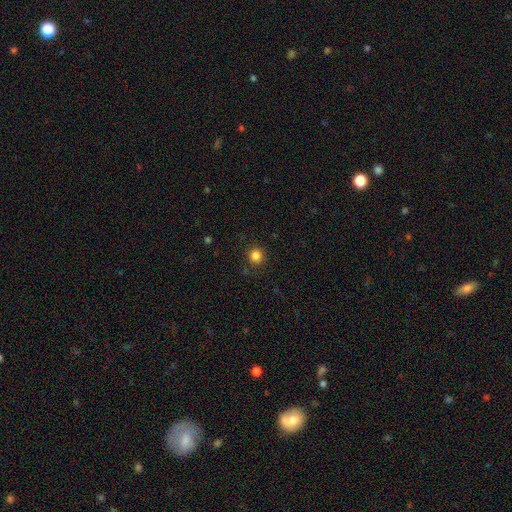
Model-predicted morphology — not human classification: smooth-or-featured: smooth: 84% | star or artifact: 12% | featured or disk: 4%
  how-rounded: round: 92% | in between: 7% | cigar-shaped: 1%
  merging: none: 89% | minor disturbance: 7% | major disturbance: 2% | merger: 1%